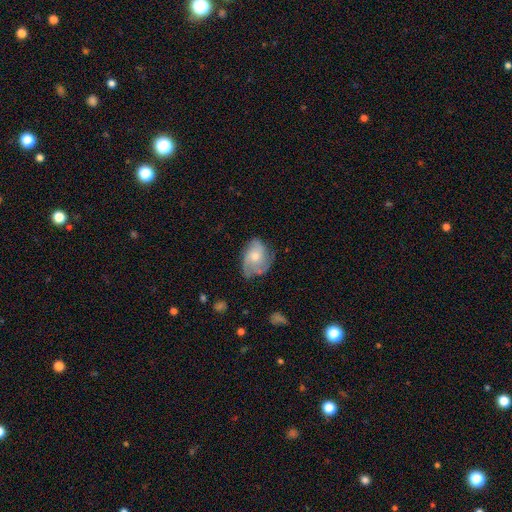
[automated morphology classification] This appears to be a featured or disk galaxy (67%) with no bar (78%), 3 (39%) medium (43%) spiral arms (89%) and a moderate central bulge (52%). Merging: none (62%).